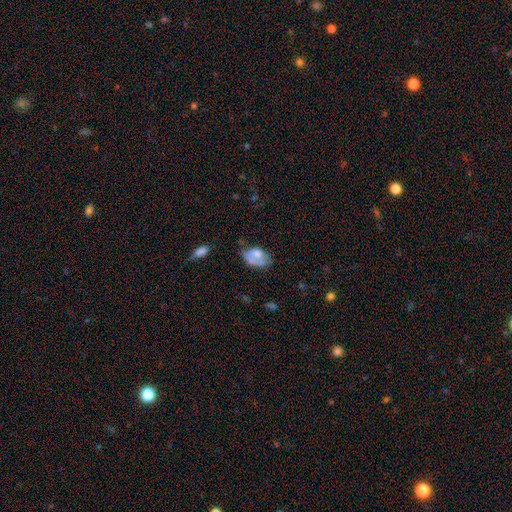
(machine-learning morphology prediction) Smooth or featured?
  - smooth: 61% *
  - featured or disk: 31%
  - star or artifact: 8%
How rounded?
  - in between: 86% *
  - round: 13%
  - cigar-shaped: 1%
Merging?
  - none: 39% *
  - minor disturbance: 30%
  - major disturbance: 19%
  - merger: 11%